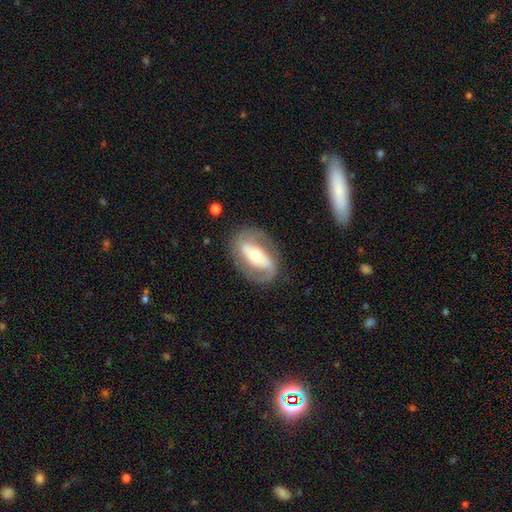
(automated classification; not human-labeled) Smooth or featured? Predicted: featured or disk (p=0.79). Edge-on disk? Predicted: no (p=0.95). Bar? Predicted: strong (p=0.44). Spiral arms? Predicted: yes (p=0.84). Spiral winding? Predicted: medium (p=0.45). Spiral arm count? Predicted: 2 (p=0.85). Bulge size? Predicted: moderate (p=0.64). Merging? Predicted: none (p=0.79).